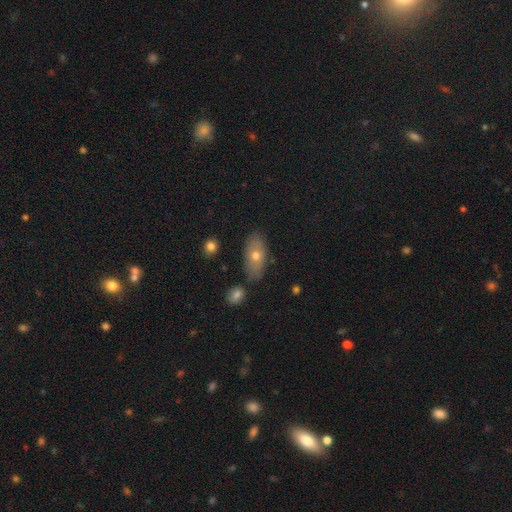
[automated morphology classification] Overall: smooth (64%; featured or disk 27%). How rounded: in between (88%). Merging: none (81%).